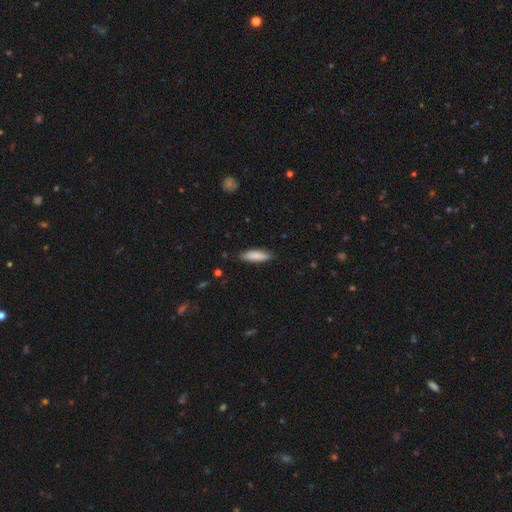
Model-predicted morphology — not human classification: This is clearly a smooth galaxy (86%). How rounded: possibly cigar-shaped (55%). Merging: clearly none (86%).